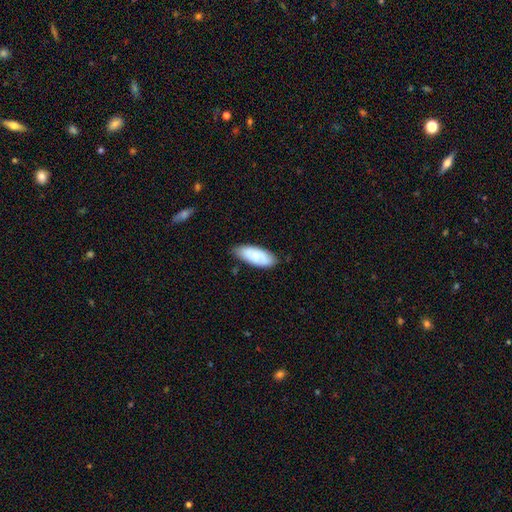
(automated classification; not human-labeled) smooth 78%, featured or disk 16%, star or artifact 6%. Down the decision tree: how rounded — in between (82%); merging — none (72%).